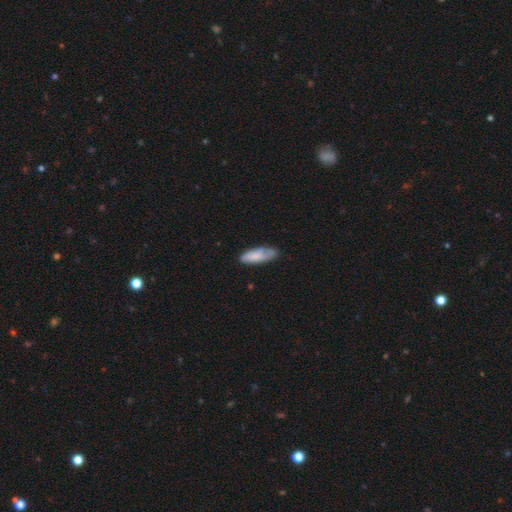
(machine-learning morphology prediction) This is likely a smooth galaxy (74%). How rounded: possibly in between (60%). Merging: likely none (62%).